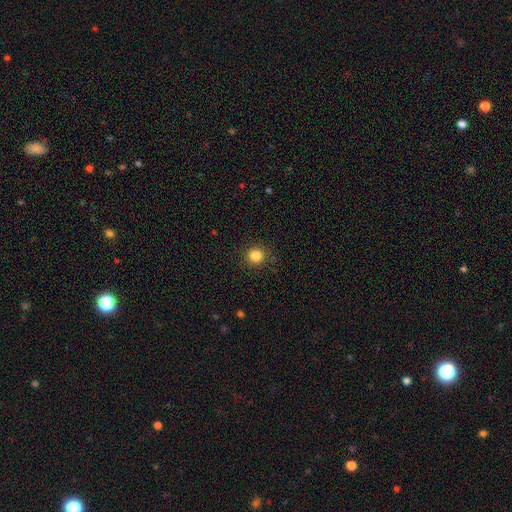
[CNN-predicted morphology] type=smooth (84%); roundness=round (93%); merging=none (90%).